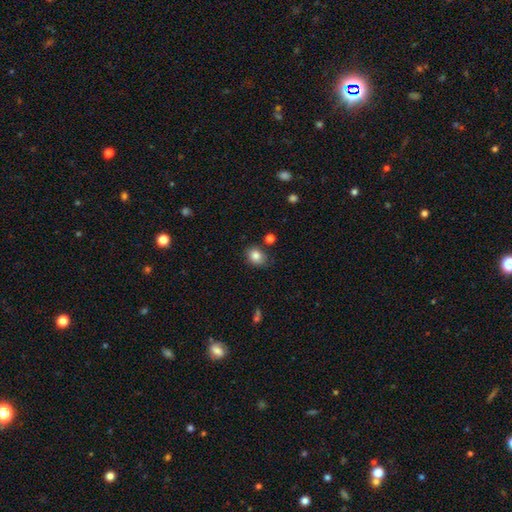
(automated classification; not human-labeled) The model was most divided on "how rounded": round: 50%, in between: 49%, cigar-shaped: 1%. More confident: smooth or featured — smooth (84%); merging — none (77%).